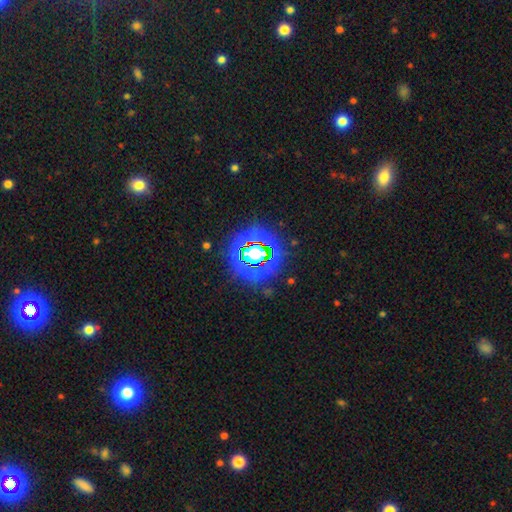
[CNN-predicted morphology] This is clearly a star or artifact rather than a galaxy (81%).